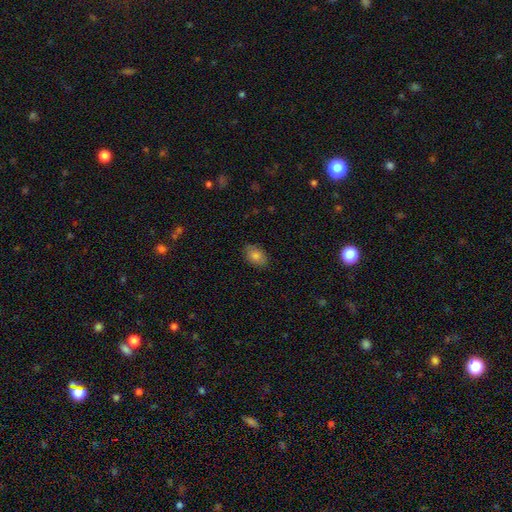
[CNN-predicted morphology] smooth 82%, featured or disk 10%, star or artifact 8%. Down the decision tree: how rounded — in between (87%); merging — none (85%).